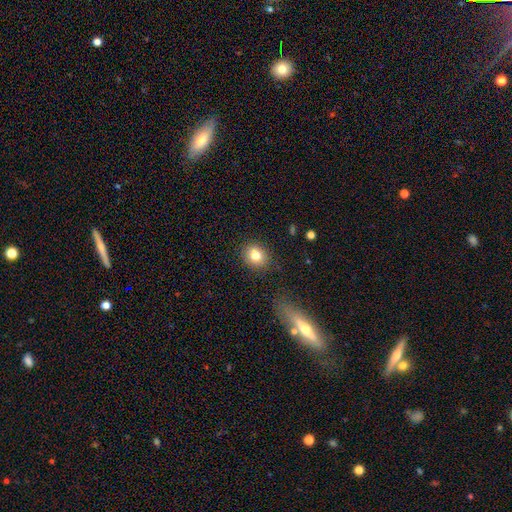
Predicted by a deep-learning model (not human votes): Smooth or featured? Predicted: smooth (p=0.79). How rounded? Predicted: round (p=0.71). Merging? Predicted: none (p=0.82).